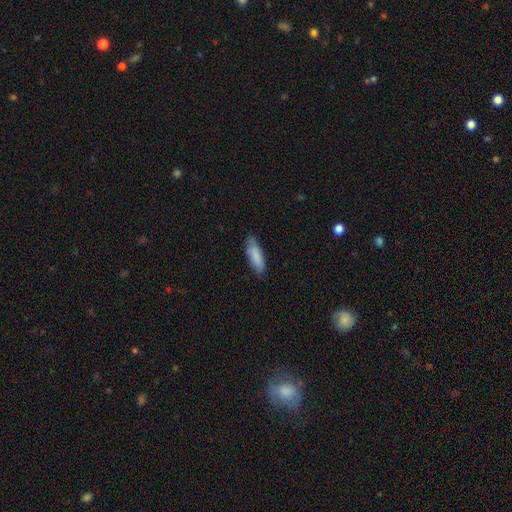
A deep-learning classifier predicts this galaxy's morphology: A smooth galaxy with no disk features (84%) that is cigar-shaped (51%).

Vote fractions:
- Smooth or featured? smooth: 84% / featured or disk: 10% / star or artifact: 6%
- How rounded? cigar-shaped: 51% / in between: 47% / round: 1%
- Merging? none: 74% / minor disturbance: 21% / major disturbance: 4% / merger: 1%